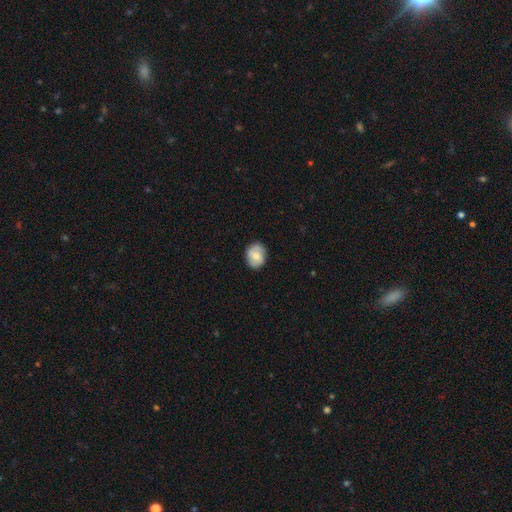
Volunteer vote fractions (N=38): Smooth or featured? 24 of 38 (63%) said featured or disk. Edge-on disk? 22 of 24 (92%) said no. Bar? 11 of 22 (50%) said weak. Spiral arms? 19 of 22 (86%) said yes. Spiral winding? 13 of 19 (68%) said medium. Spiral arm count? 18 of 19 (95%) said 2. Bulge size? 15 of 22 (68%) said moderate. Merging? 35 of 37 (95%) said none.